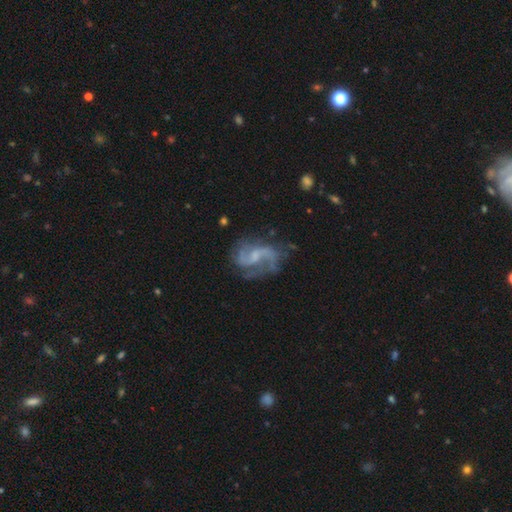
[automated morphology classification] smooth_or_featured: featured or disk (p=0.85) [alt: smooth p=0.08]
disk_edge_on: no (p=0.98) [alt: yes p=0.02]
bar: weak (p=0.52) [alt: no p=0.35]
has_spiral_arms: yes (p=0.94) [alt: no p=0.06]
spiral_winding: loose (p=0.46) [alt: medium p=0.43]
spiral_arm_count: 2 (p=0.72) [alt: 3 p=0.09]
bulge_size: small (p=0.42) [alt: none p=0.32]
merging: none (p=0.59) [alt: minor disturbance p=0.20]